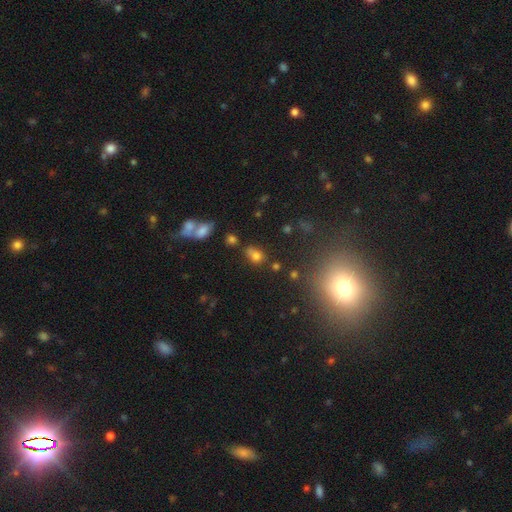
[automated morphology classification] A smooth galaxy with no disk features (73%) that is in between round and cigar-shaped (58%). Merging: none (51%).